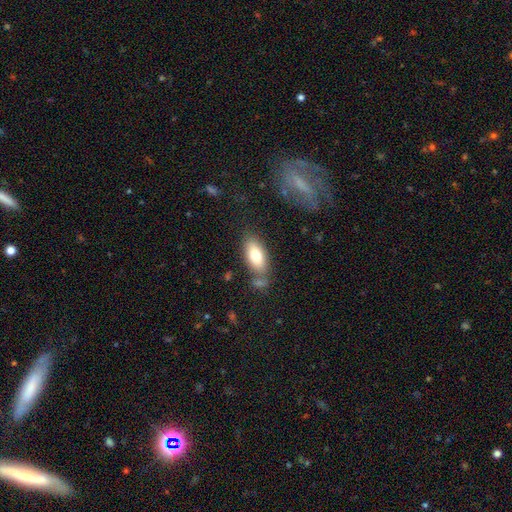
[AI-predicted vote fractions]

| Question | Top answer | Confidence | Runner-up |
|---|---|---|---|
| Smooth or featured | smooth | 75% | featured or disk (18%) |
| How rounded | in between | 88% | cigar-shaped (9%) |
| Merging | none | 71% | minor disturbance (15%) |